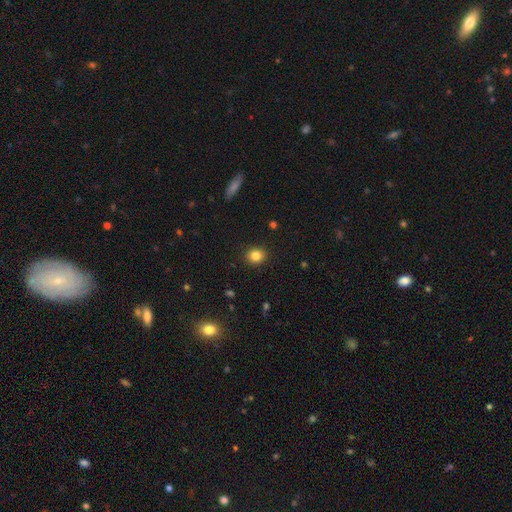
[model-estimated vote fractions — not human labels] This appears to be a smooth galaxy with no disk features (84%) that is round (68%). Merging: none (90%).